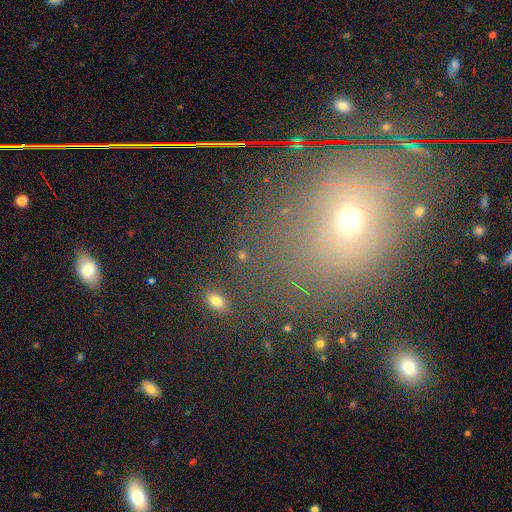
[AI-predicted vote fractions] Overall: smooth (48%; star or artifact 36%). Merging: none (73%).